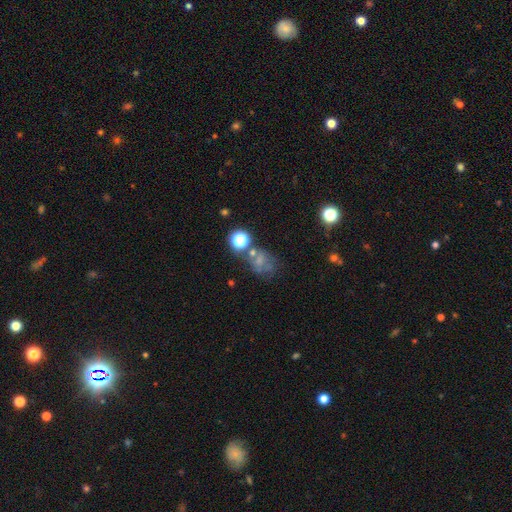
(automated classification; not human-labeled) Smooth or featured: star or artifact — 40% (smooth — 35%)